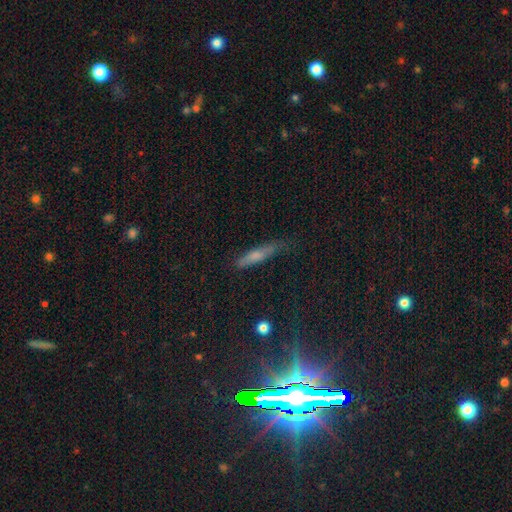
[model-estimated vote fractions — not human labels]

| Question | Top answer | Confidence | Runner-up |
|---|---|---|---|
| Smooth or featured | smooth | 63% | featured or disk (29%) |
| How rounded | cigar-shaped | 88% | in between (10%) |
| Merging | none | 71% | minor disturbance (22%) |